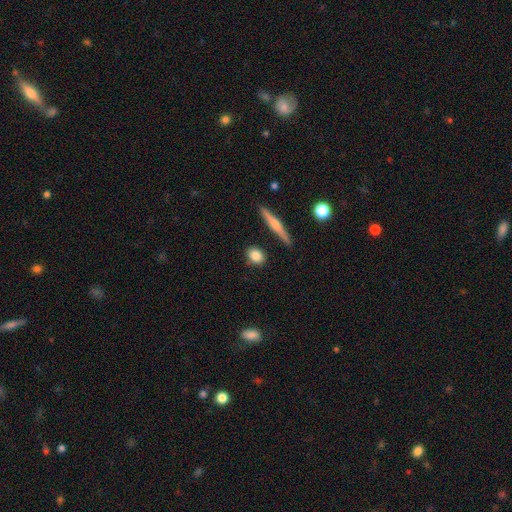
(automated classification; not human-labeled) smooth 82%, featured or disk 10%, star or artifact 7%. Down the decision tree: how rounded — round (60%); merging — none (85%).